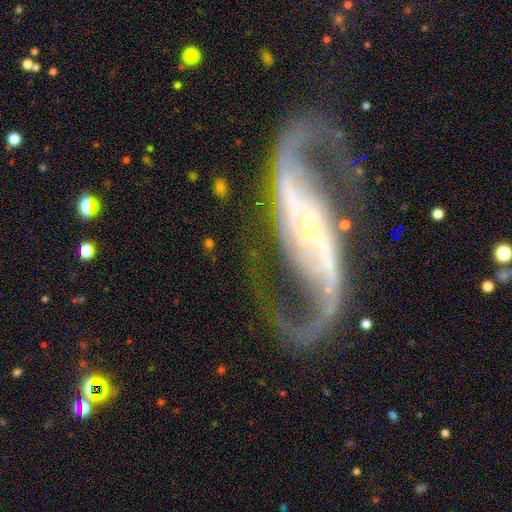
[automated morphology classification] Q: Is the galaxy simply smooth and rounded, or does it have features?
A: featured or disk — 93%.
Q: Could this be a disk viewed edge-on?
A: no — 96%.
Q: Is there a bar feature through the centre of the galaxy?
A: strong — 46%.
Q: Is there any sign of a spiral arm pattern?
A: yes — 98%.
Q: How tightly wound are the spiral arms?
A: loose — 56%.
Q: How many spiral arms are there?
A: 2 — 95%.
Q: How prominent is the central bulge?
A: small — 81%.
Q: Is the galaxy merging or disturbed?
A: none — 78%.